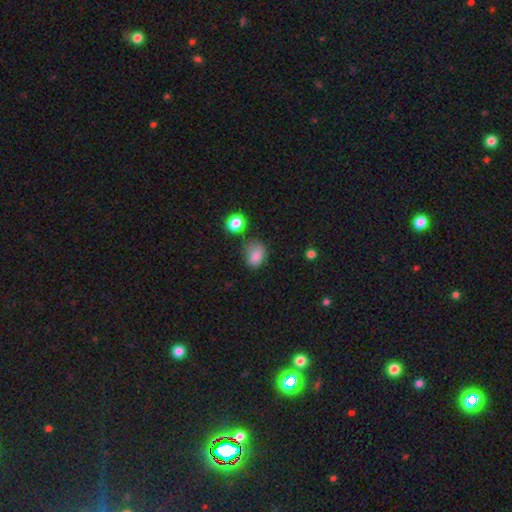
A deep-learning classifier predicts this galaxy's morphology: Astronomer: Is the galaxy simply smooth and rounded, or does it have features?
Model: smooth — 83%.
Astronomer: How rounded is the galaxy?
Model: in between — 68%.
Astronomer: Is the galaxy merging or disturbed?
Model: none — 54% (runner-up: minor disturbance, 30%).